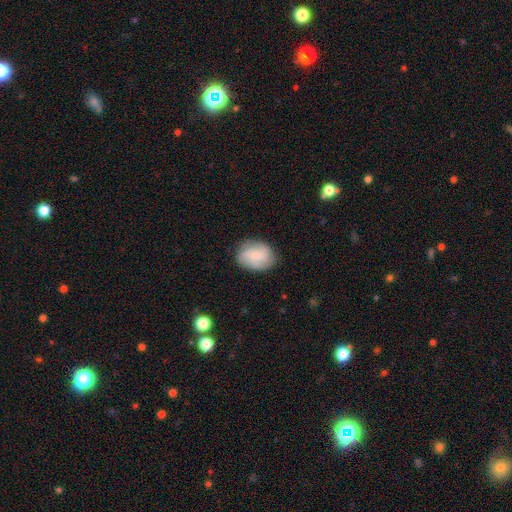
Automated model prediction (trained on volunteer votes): A featured or disk galaxy (48%). Merging: none (80%).